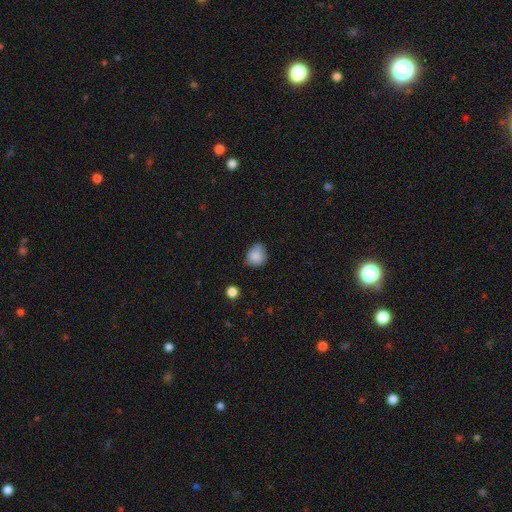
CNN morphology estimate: Q: Smooth or featured?
A: smooth (80%); runner-up: featured or disk (11%)
Q: How rounded?
A: round (73%); runner-up: in between (26%)
Q: Merging?
A: none (57%); runner-up: minor disturbance (33%)